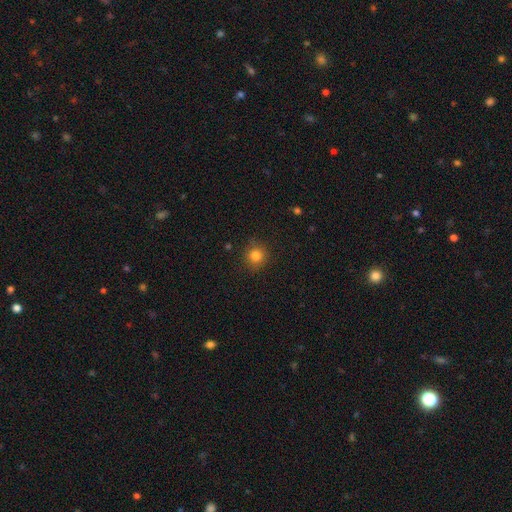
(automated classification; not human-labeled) Morphology: type=smooth (82%); roundness=round (91%); merging=none (88%).